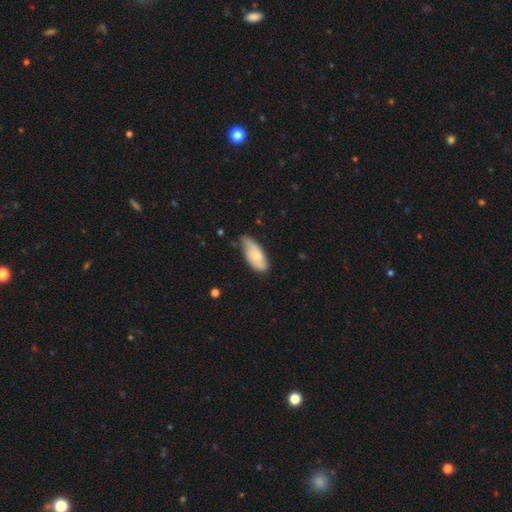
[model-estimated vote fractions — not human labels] Overall: smooth (68%). How rounded: in between (87%). Merging: none (50%; minor disturbance 40%).